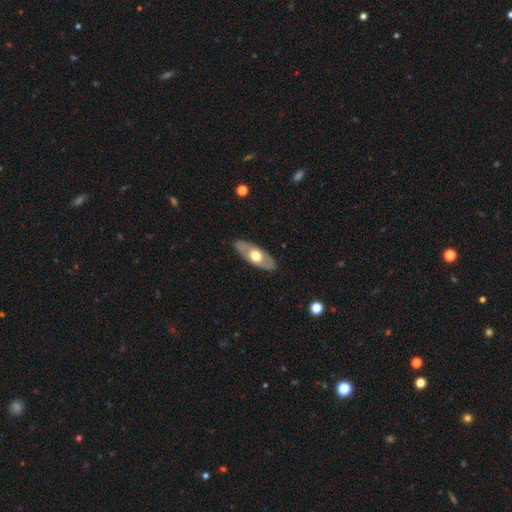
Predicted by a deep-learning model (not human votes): featured or disk 51%, smooth 45%, star or artifact 4%. Down the decision tree: edge-on disk — no (68%); merging — none (85%).